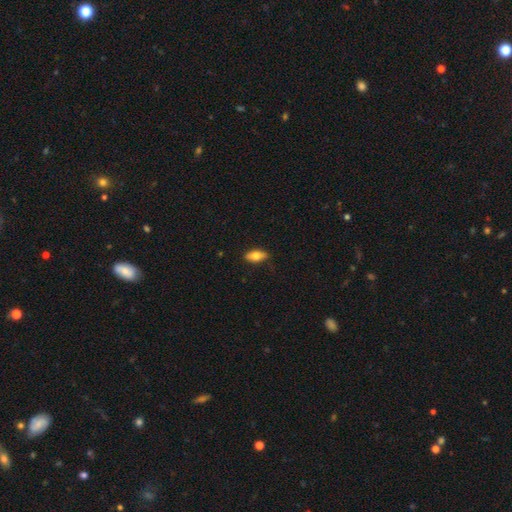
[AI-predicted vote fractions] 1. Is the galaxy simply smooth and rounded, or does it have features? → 75% smooth, 18% featured or disk, 7% star or artifact.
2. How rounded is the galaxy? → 82% in between, 15% cigar-shaped, 3% round.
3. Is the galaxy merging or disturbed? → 81% none, 15% minor disturbance, 2% major disturbance, 1% merger.